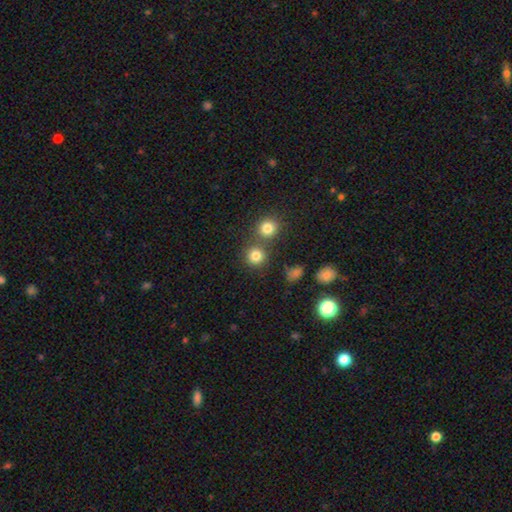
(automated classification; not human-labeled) Q: Smooth or featured?
A: smooth (80%); runner-up: star or artifact (13%)
Q: How rounded?
A: round (91%); runner-up: in between (8%)
Q: Merging?
A: none (70%); runner-up: merger (20%)